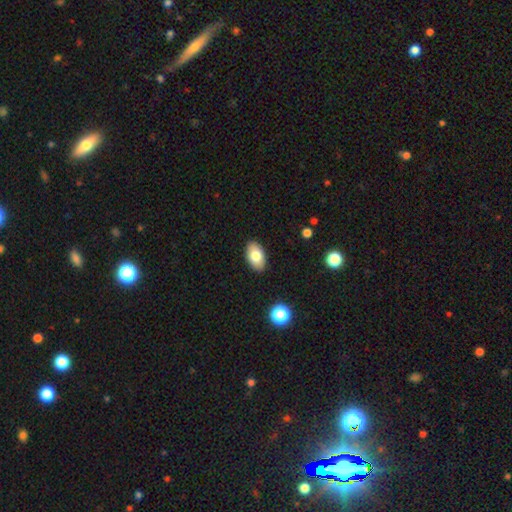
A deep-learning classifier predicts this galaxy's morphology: smooth-or-featured: smooth: 79% | featured or disk: 13% | star or artifact: 8%
  how-rounded: in between: 93% | round: 6% | cigar-shaped: 1%
  merging: none: 89% | minor disturbance: 8% | major disturbance: 2% | merger: 1%